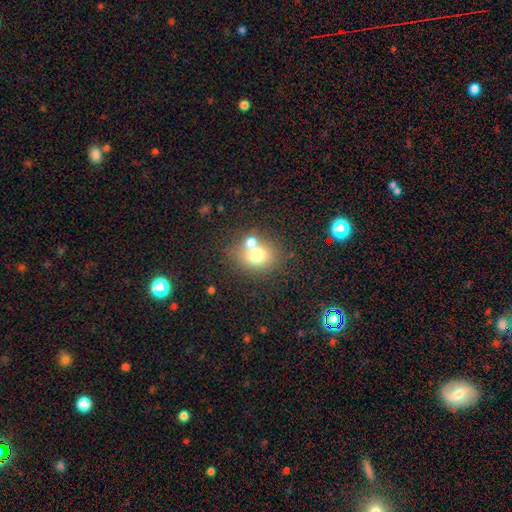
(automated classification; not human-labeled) Smooth or featured? smooth (67%)
How rounded? round (67%)
Merging? none (55%)